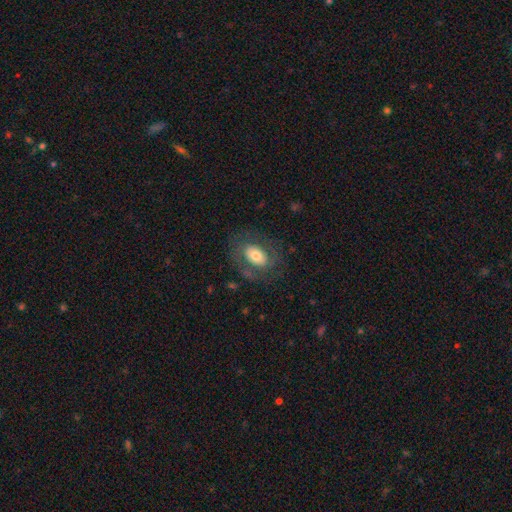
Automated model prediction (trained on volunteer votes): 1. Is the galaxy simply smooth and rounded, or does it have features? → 57% smooth, 35% featured or disk, 8% star or artifact.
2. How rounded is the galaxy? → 81% in between, 17% round, 1% cigar-shaped.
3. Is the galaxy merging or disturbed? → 71% none, 15% minor disturbance, 12% major disturbance, 1% merger.